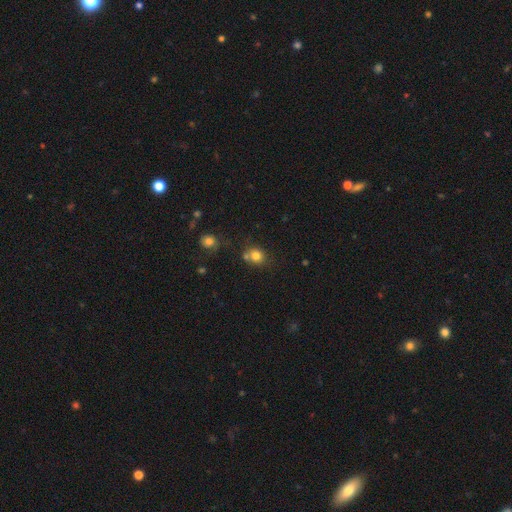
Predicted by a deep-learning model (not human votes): This appears to be a smooth galaxy with no disk features (80%) that is round (78%). Merging: none (60%).